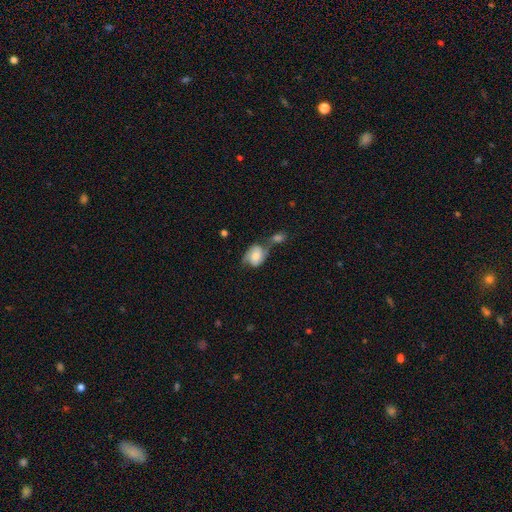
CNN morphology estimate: smooth_or_featured: featured or disk (p=0.46) [alt: smooth p=0.45]
merging: merger (p=0.37) [alt: none p=0.30]